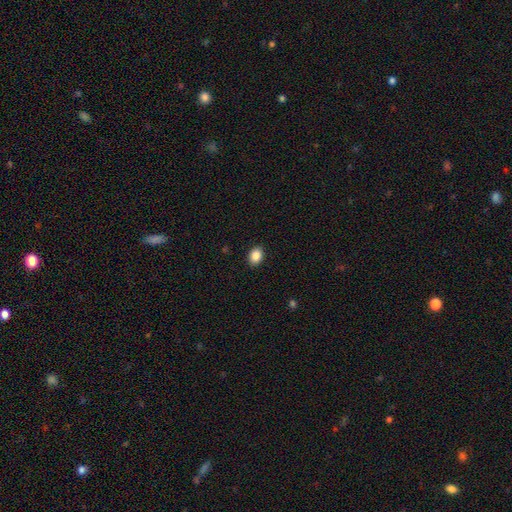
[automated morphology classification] Smooth or featured? Predicted: smooth (p=0.87). How rounded? Predicted: in between (p=0.68). Merging? Predicted: none (p=0.90).